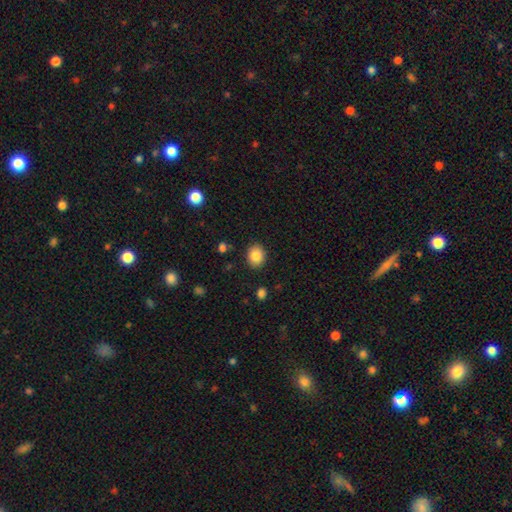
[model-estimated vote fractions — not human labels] This is clearly a smooth galaxy (85%). How rounded: possibly round (55%). Merging: clearly none (88%).